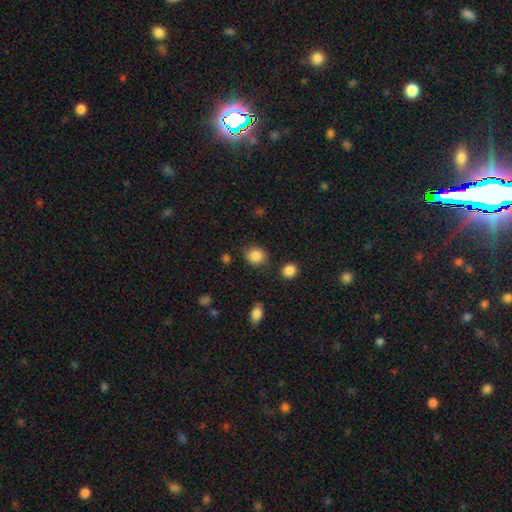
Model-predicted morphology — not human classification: A smooth galaxy with no disk features (86%) that is round (75%).

Vote fractions:
- Smooth or featured? smooth: 86% / star or artifact: 9% / featured or disk: 4%
- How rounded? round: 75% / in between: 24% / cigar-shaped: 1%
- Merging? none: 81% / minor disturbance: 11% / merger: 4% / major disturbance: 4%